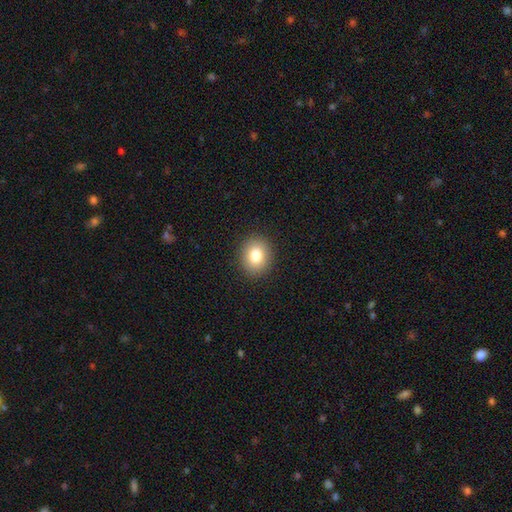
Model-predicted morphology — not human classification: Overall: smooth (82%). How rounded: round (65%; in between 35%). Merging: none (91%).